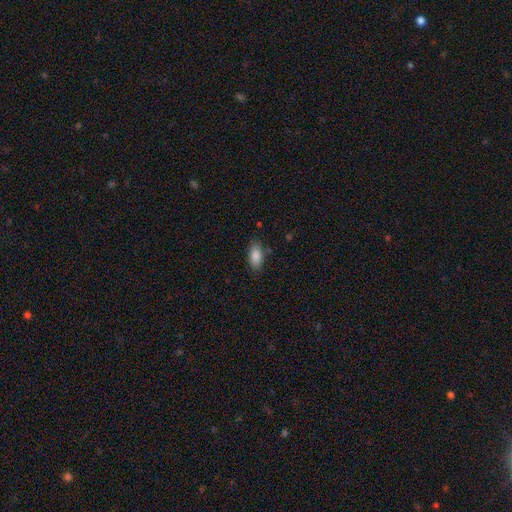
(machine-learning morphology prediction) smooth 87%, star or artifact 7%, featured or disk 6%. Down the decision tree: how rounded — in between (88%); merging — none (83%).